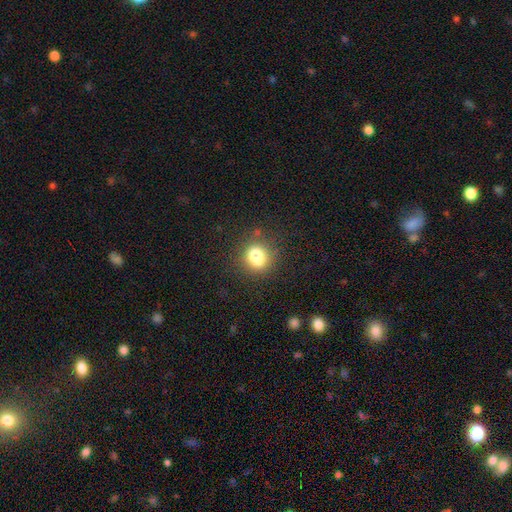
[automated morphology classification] type=smooth (75%); roundness=round (75%); merging=none (64%).